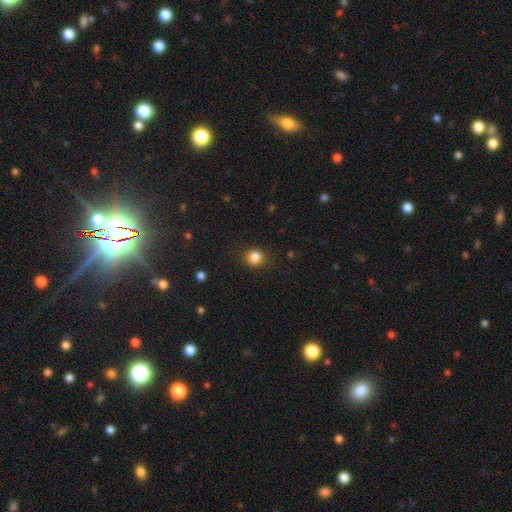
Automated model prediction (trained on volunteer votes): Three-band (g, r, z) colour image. It shows a smooth galaxy with no disk features (85%) that is round (81%). Merging: none (86%).